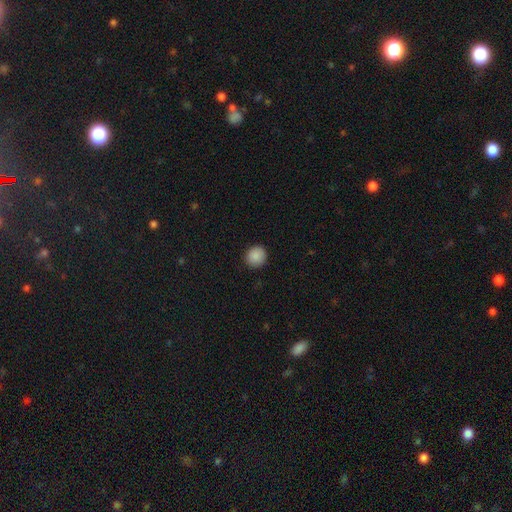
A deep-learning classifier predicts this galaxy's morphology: smooth-or-featured: smooth: 89% | star or artifact: 8% | featured or disk: 3%
  how-rounded: round: 90% | in between: 9% | cigar-shaped: 1%
  merging: none: 91% | minor disturbance: 6% | major disturbance: 2% | merger: 1%